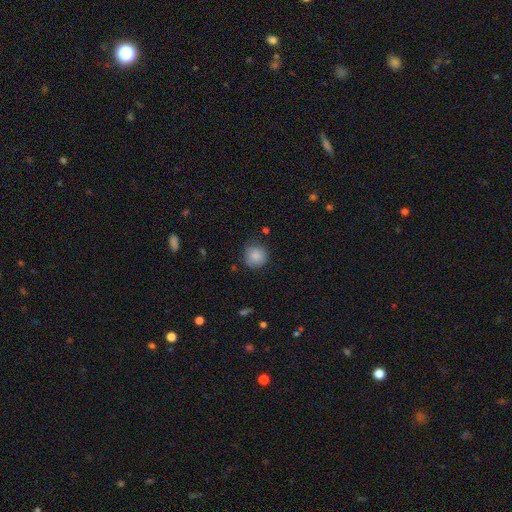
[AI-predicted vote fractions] Smooth or featured?
  - smooth: 85% *
  - star or artifact: 8%
  - featured or disk: 6%
How rounded?
  - round: 91% *
  - in between: 8%
  - cigar-shaped: 1%
Merging?
  - none: 77% *
  - minor disturbance: 17%
  - major disturbance: 4%
  - merger: 2%